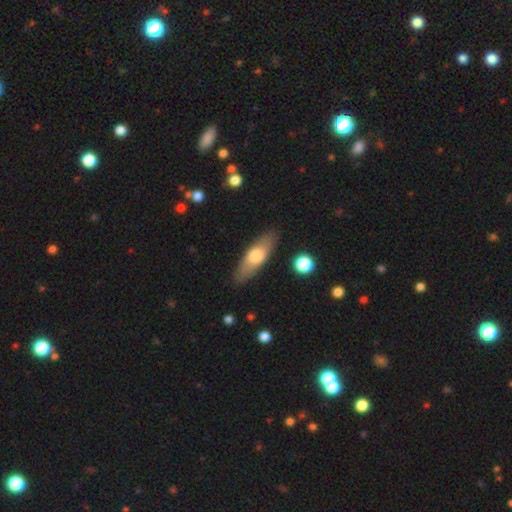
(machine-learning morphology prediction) smooth-or-featured: smooth: 62% | featured or disk: 32% | star or artifact: 6%
  how-rounded: in between: 57% | cigar-shaped: 40% | round: 3%
  merging: none: 84% | minor disturbance: 11% | major disturbance: 3% | merger: 2%